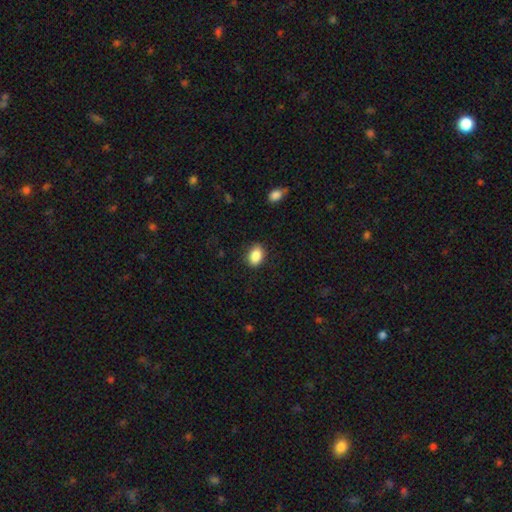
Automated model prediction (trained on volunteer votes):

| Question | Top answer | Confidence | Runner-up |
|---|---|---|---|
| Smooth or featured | smooth | 87% | star or artifact (8%) |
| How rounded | in between | 79% | round (20%) |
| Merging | none | 85% | minor disturbance (11%) |